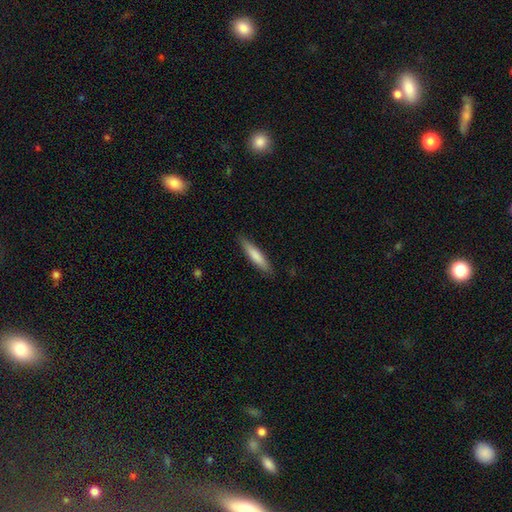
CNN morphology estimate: A smooth galaxy with no disk features (78%) that is cigar-shaped (87%). Merging: none (87%).